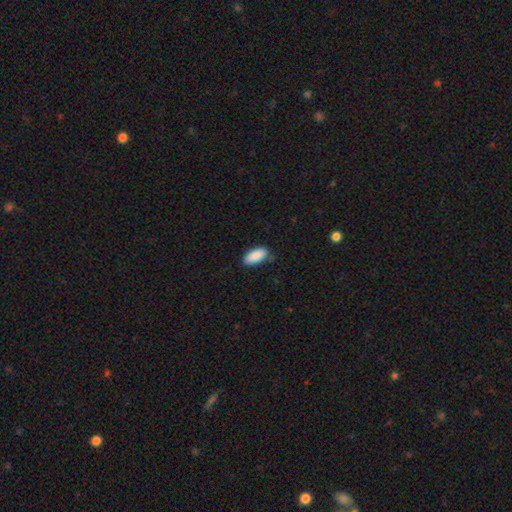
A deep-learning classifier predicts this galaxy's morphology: Overall: smooth (90%). How rounded: in between (89%). Merging: none (78%).